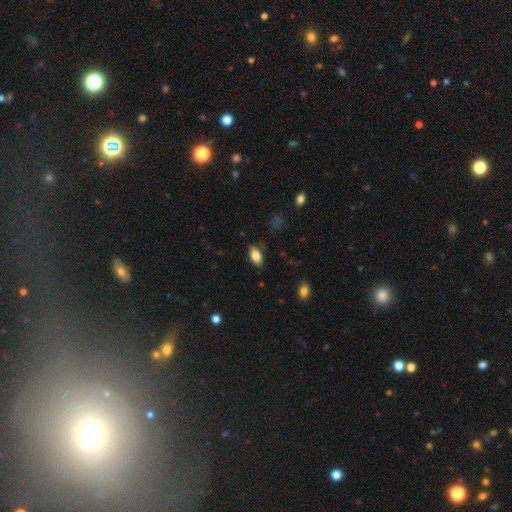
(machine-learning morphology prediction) Smooth or featured? Predicted: smooth (p=0.83). How rounded? Predicted: in between (p=0.91). Merging? Predicted: none (p=0.83).